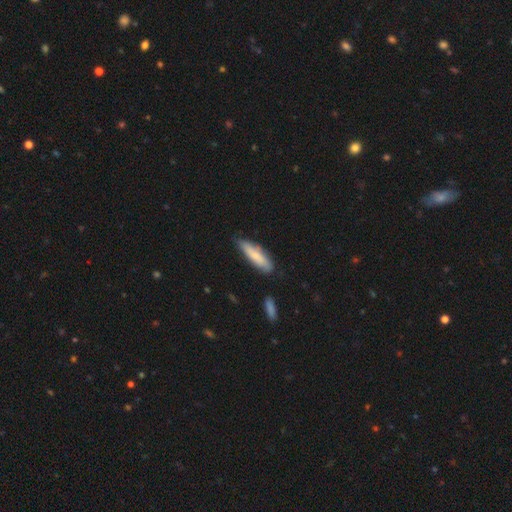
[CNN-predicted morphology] smooth 69%, featured or disk 25%, star or artifact 6%. Down the decision tree: how rounded — cigar-shaped (62%); merging — none (72%).